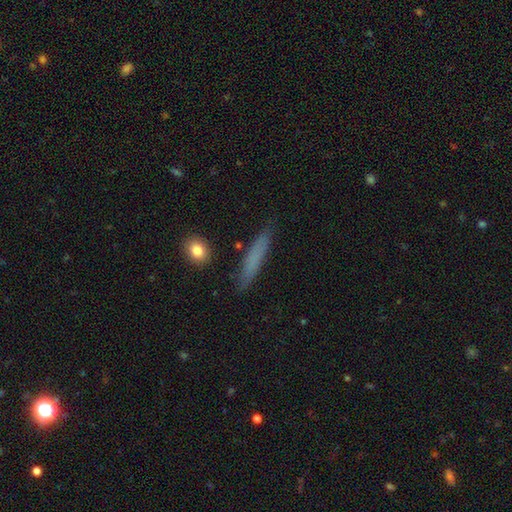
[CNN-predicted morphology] Smooth or featured: smooth — 71% (featured or disk — 21%)
How rounded: cigar-shaped — 91% (in between — 7%)
Merging: none — 85% (minor disturbance — 11%)